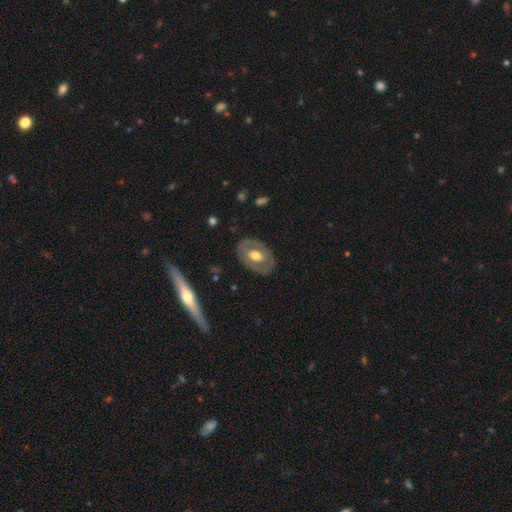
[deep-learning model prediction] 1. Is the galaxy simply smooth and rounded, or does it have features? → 55% featured or disk, 40% smooth, 5% star or artifact.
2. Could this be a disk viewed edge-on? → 90% no, 10% yes.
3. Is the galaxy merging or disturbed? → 81% none, 13% minor disturbance, 5% major disturbance, 1% merger.